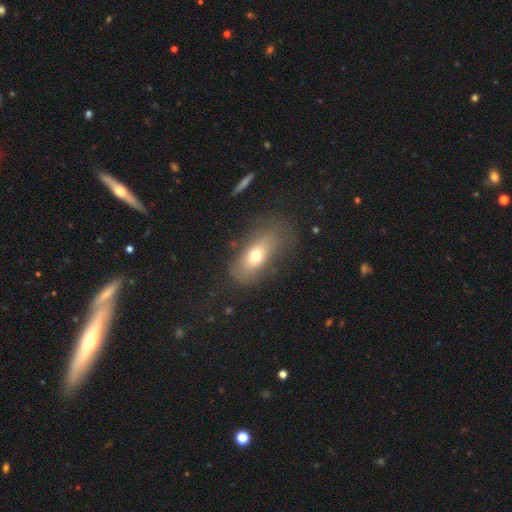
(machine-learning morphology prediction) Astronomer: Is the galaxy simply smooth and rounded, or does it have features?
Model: smooth — 65%.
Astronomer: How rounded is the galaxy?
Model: in between — 80%.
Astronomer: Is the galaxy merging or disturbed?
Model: none — 64%.